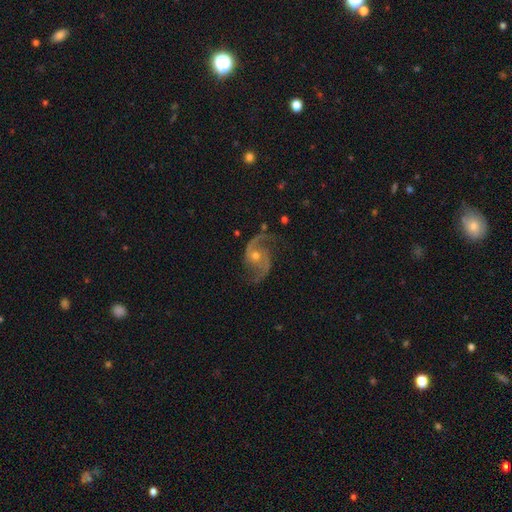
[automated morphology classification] type=featured or disk (91%); edge-on=no (98%); bar=no (69%); spiral arms=yes (98%); winding=medium (51%); arm count=2 (93%); bulge=moderate (53%); merging=none (75%).